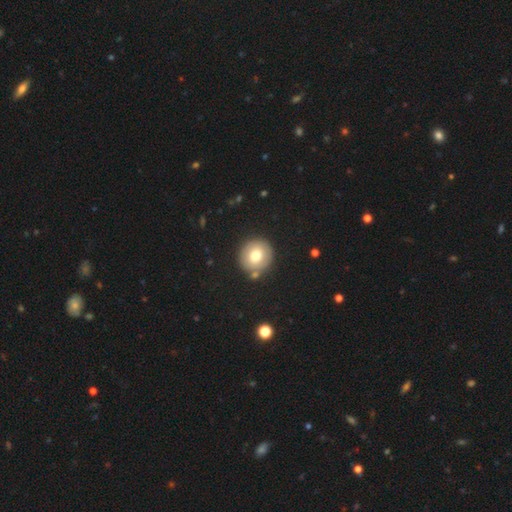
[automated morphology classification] A smooth galaxy with no disk features (73%) that is round (92%). Merging: none (82%).